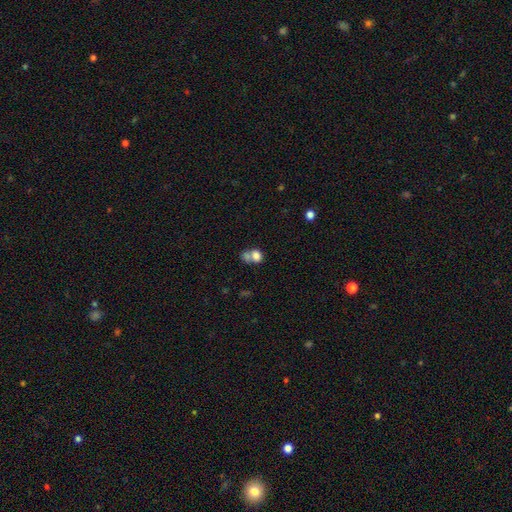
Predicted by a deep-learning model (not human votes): Smooth or featured? smooth (76%)
How rounded? in between (53%)
Merging? merger (57%)